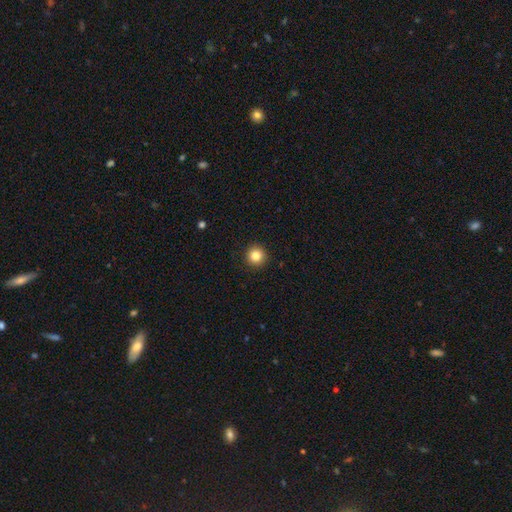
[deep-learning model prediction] Smooth or featured: smooth — 84% (star or artifact — 11%)
How rounded: round — 96% (in between — 3%)
Merging: none — 93% (minor disturbance — 4%)